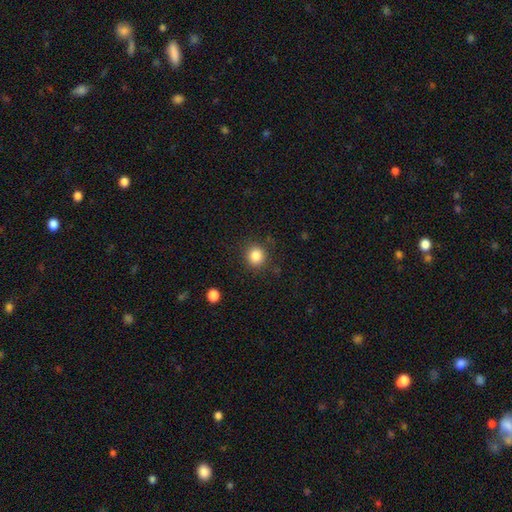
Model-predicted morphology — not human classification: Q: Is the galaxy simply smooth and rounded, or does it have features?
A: smooth — 84%.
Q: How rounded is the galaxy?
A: round — 89%.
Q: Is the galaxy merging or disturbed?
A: none — 87%.